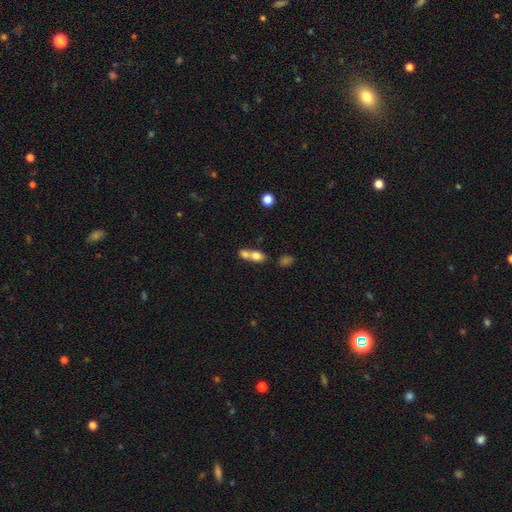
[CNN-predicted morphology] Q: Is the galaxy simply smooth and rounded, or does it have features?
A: smooth — 73%.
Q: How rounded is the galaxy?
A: in between — 62%.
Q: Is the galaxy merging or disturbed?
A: merger — 68%.